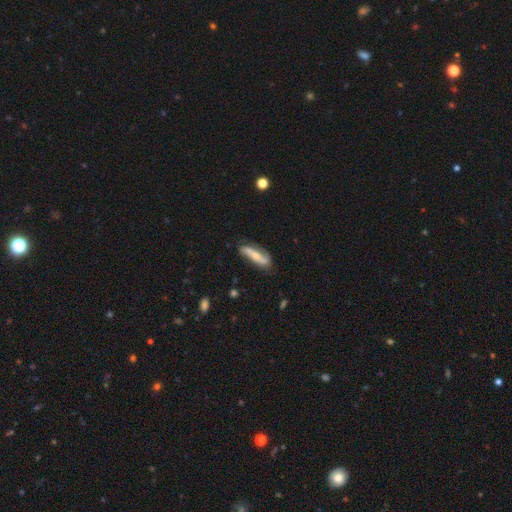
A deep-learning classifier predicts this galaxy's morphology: This appears to be a featured or disk galaxy (63%). Merging: none (72%).